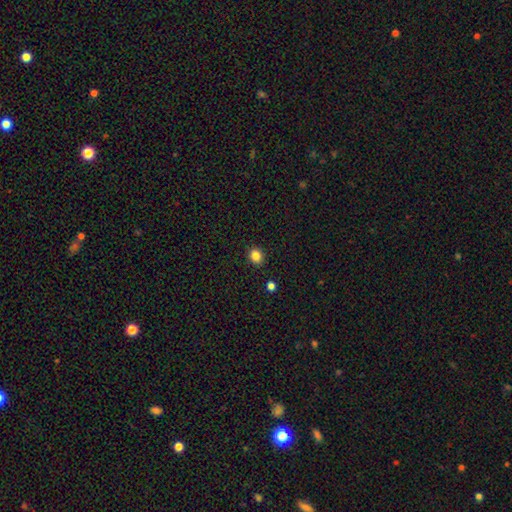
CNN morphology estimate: Smooth or featured: smooth — 84% (star or artifact — 12%)
How rounded: round — 72% (in between — 27%)
Merging: none — 91% (minor disturbance — 6%)